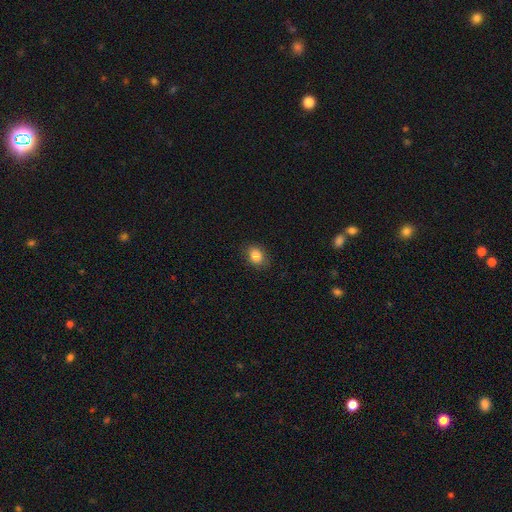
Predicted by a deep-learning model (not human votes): Q: Smooth or featured?
A: smooth (84%); runner-up: star or artifact (10%)
Q: How rounded?
A: in between (54%); runner-up: round (45%)
Q: Merging?
A: none (84%); runner-up: minor disturbance (12%)